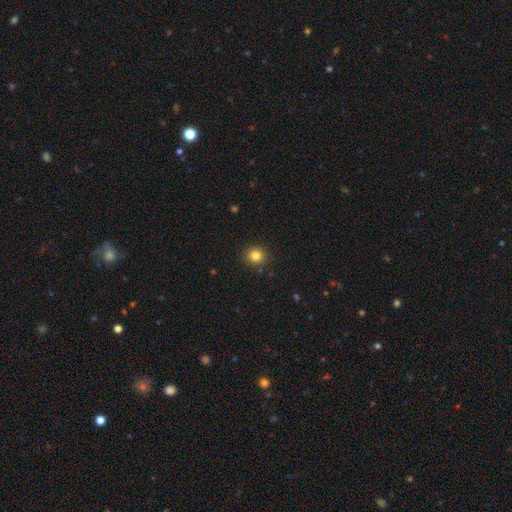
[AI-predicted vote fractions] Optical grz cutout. It shows a smooth galaxy with no disk features (82%) that is round (86%). Merging: none (91%).